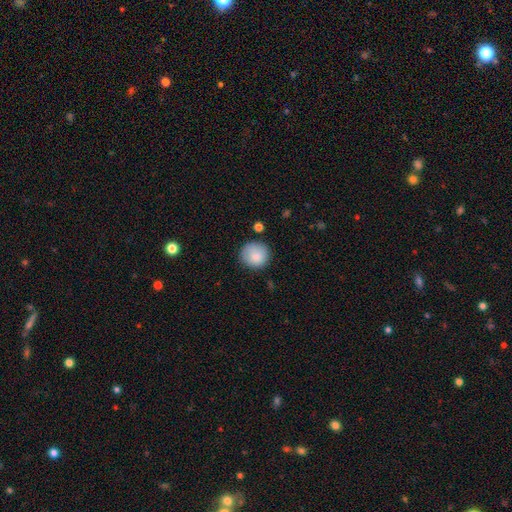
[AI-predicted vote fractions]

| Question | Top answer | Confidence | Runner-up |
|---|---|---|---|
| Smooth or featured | smooth | 85% | featured or disk (8%) |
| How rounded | round | 92% | in between (7%) |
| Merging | none | 80% | minor disturbance (14%) |